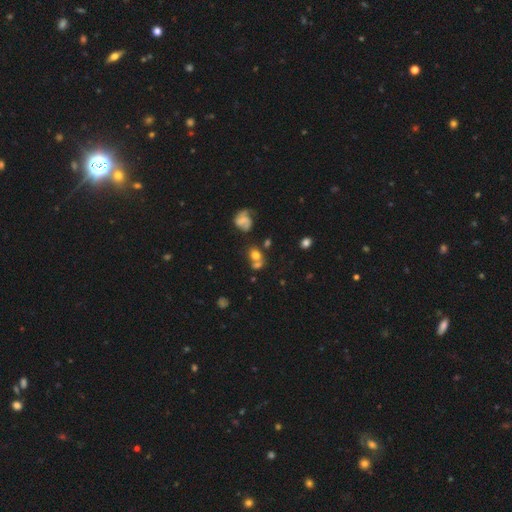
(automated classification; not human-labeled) Morphology: type=smooth (67%); roundness=round (66%); merging=merger (43%).